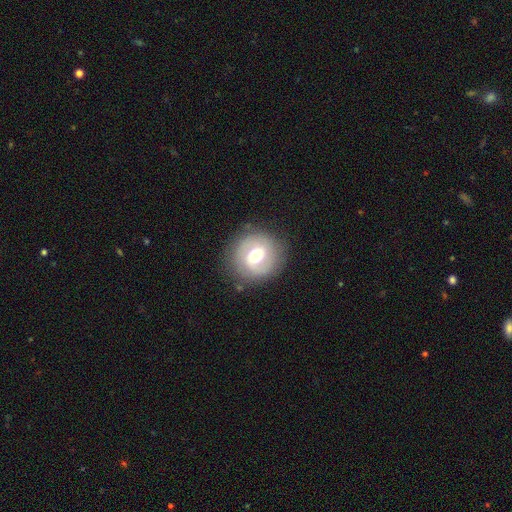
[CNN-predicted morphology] featured or disk 55%, smooth 38%, star or artifact 8%. Down the decision tree: edge-on disk — no (96%); bar — weak (50%); spiral arms — yes (66%); bulge size — moderate (68%); merging — none (82%).